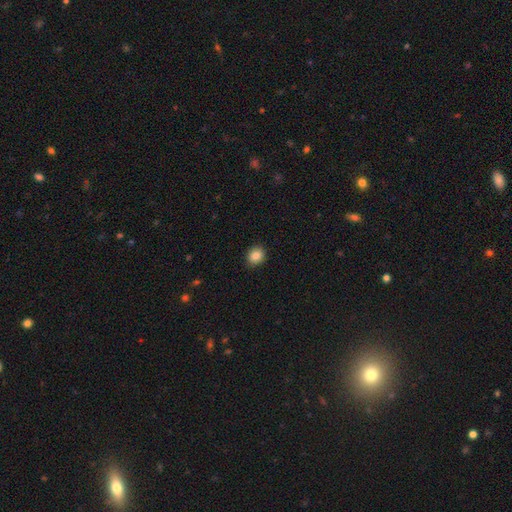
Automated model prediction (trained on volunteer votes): Smooth or featured?
  - smooth: 86% *
  - star or artifact: 10%
  - featured or disk: 5%
How rounded?
  - round: 74% *
  - in between: 25%
  - cigar-shaped: 1%
Merging?
  - none: 90% *
  - minor disturbance: 7%
  - major disturbance: 2%
  - merger: 1%